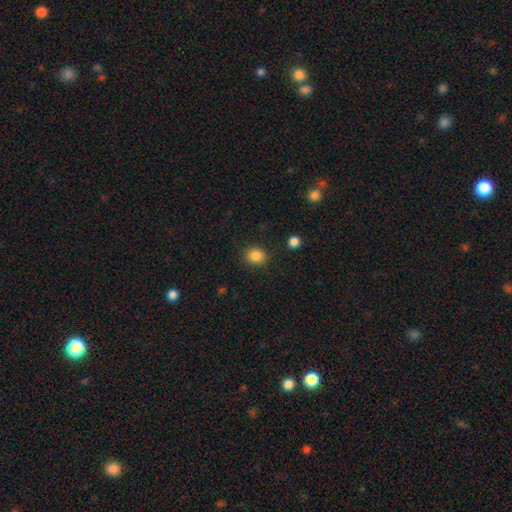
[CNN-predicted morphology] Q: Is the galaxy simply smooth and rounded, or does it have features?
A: smooth — 86%.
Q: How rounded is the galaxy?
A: round — 75%.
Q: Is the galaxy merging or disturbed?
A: none — 85%.